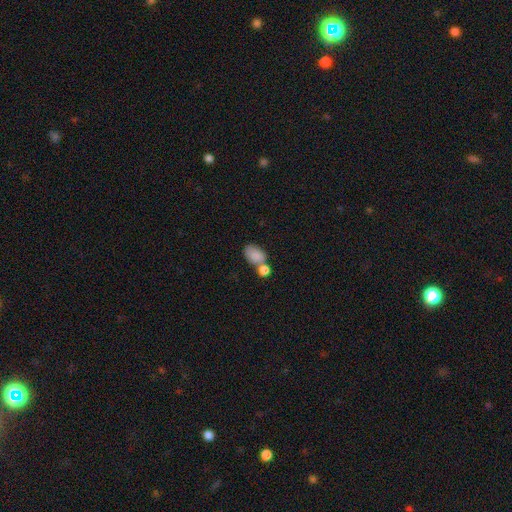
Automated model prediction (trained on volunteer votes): Smooth or featured?
  - smooth: 83% *
  - featured or disk: 9%
  - star or artifact: 8%
How rounded?
  - in between: 84% *
  - round: 14%
  - cigar-shaped: 2%
Merging?
  - merger: 45% *
  - none: 35%
  - minor disturbance: 13%
  - major disturbance: 7%